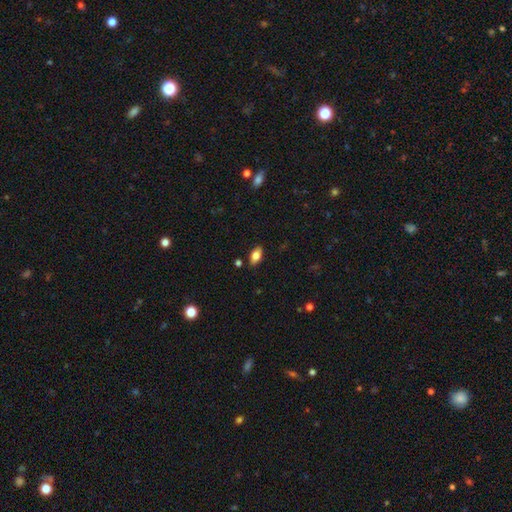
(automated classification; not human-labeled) smooth 77%, featured or disk 15%, star or artifact 8%. Down the decision tree: how rounded — in between (90%); merging — none (86%).